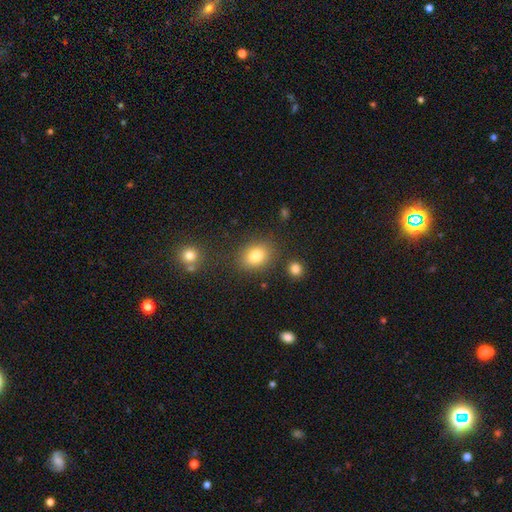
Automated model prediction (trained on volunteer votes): A smooth galaxy with no disk features (82%) that is in between round and cigar-shaped (57%). Merging: none (80%).